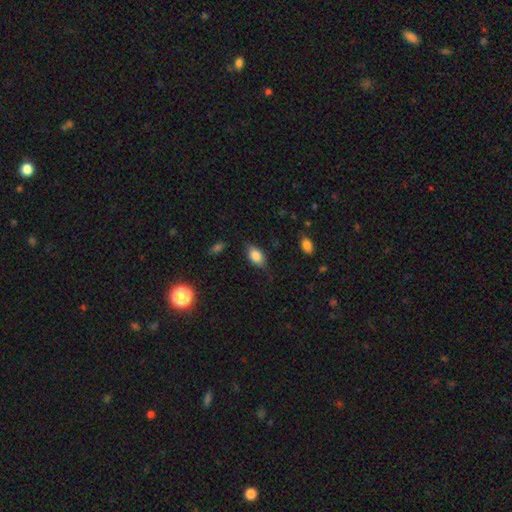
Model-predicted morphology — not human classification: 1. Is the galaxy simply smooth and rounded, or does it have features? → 82% smooth, 10% featured or disk, 8% star or artifact.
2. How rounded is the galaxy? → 88% in between, 9% round, 3% cigar-shaped.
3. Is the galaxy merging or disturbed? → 73% none, 21% minor disturbance, 5% major disturbance, 2% merger.